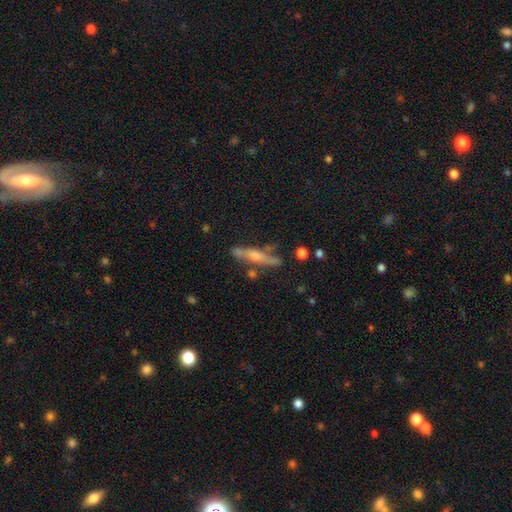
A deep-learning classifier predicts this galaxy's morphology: A featured or disk galaxy (62%) viewed edge-on (88%) with a rounded central bulge (79%).

Vote fractions:
- Smooth or featured? featured or disk: 62% / smooth: 30% / star or artifact: 8%
- Edge-on disk? yes: 88% / no: 12%
- Edge-on bulge? rounded: 79% / none: 13% / boxy: 8%
- Merging? none: 68% / minor disturbance: 19% / merger: 7% / major disturbance: 6%